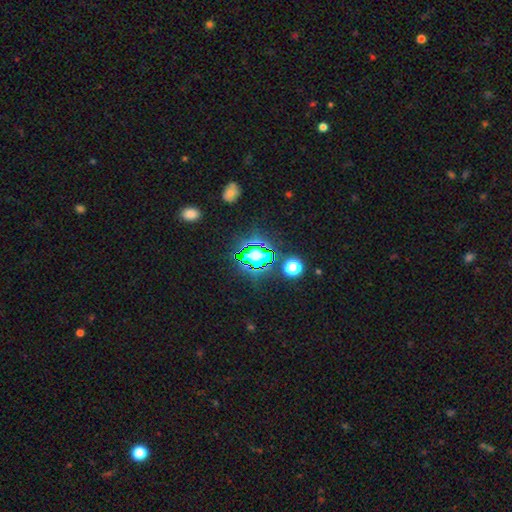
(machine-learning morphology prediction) smooth_or_featured: star or artifact (p=0.65) [alt: smooth p=0.24]